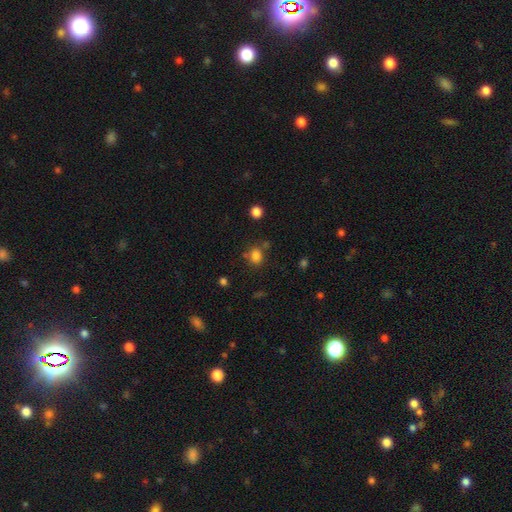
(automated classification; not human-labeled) Morphology: type=smooth (80%); roundness=round (68%); merging=none (70%).